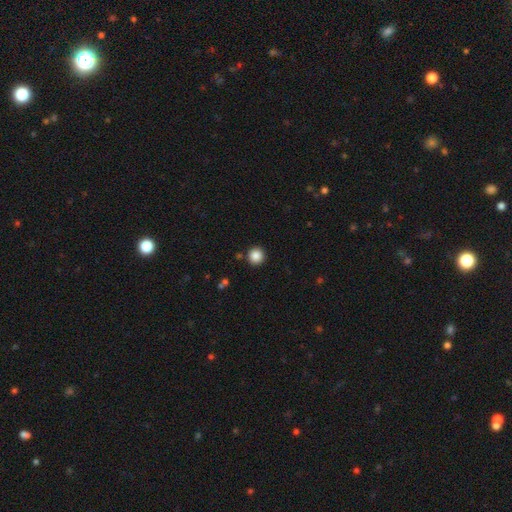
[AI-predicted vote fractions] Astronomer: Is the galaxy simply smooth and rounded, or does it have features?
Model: smooth — 87%.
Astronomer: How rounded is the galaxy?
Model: round — 95%.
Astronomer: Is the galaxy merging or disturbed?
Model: none — 90%.